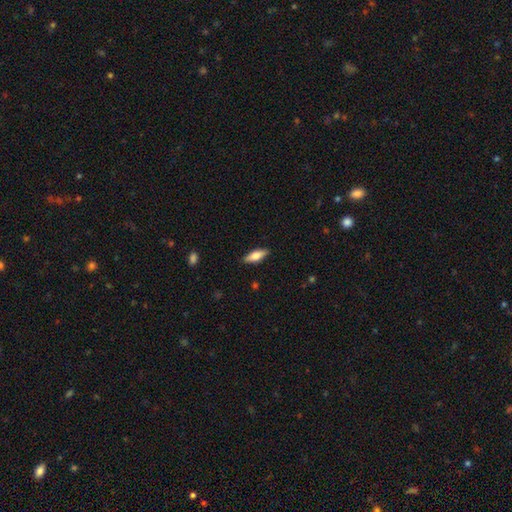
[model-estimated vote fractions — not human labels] The model was most divided on "how rounded": in between: 64%, cigar-shaped: 34%, round: 2%. More confident: merging — none (87%); smooth or featured — smooth (66%).